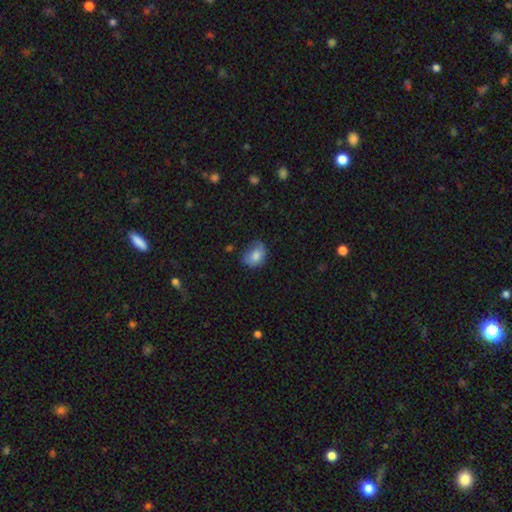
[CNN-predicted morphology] This is likely a smooth galaxy (75%). How rounded: possibly in between (55%). Merging: possibly none (51%).